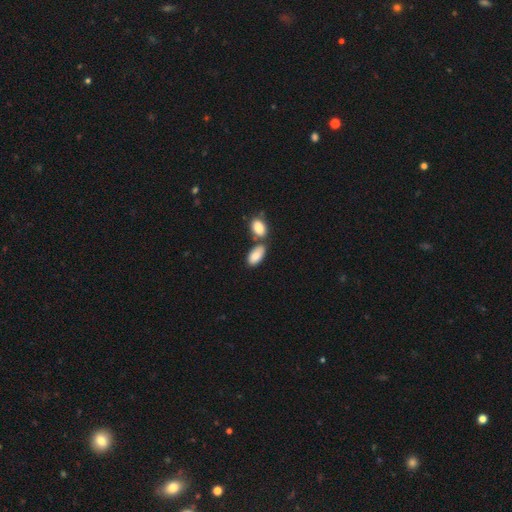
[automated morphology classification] This is clearly a smooth galaxy (86%). How rounded: clearly in between (93%). Merging: possibly none (50%).